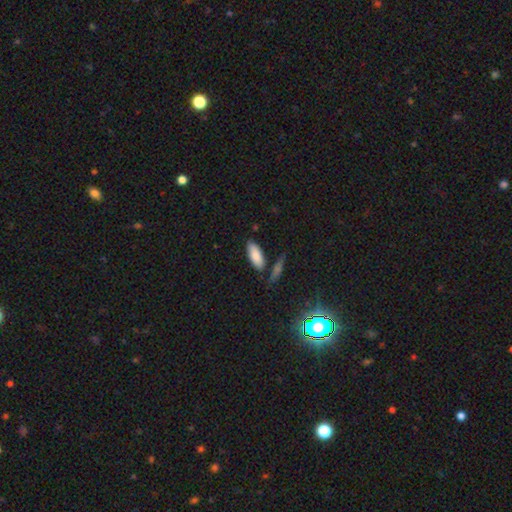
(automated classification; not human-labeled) Smooth or featured? smooth (84%)
How rounded? in between (80%)
Merging? none (74%)